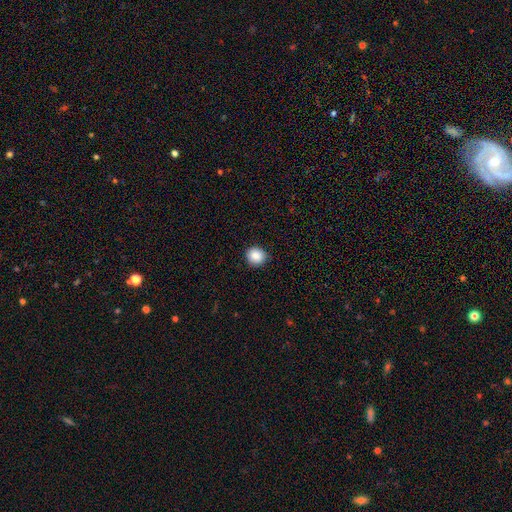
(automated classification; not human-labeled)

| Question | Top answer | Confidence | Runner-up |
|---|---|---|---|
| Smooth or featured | smooth | 87% | star or artifact (9%) |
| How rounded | round | 90% | in between (9%) |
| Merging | none | 89% | minor disturbance (8%) |